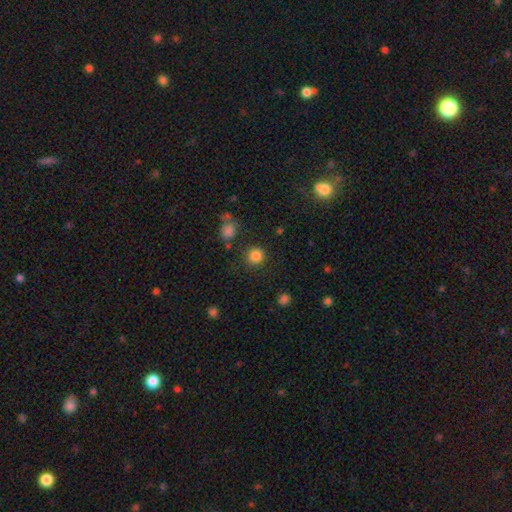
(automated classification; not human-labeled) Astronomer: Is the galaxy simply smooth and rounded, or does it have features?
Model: smooth — 83%.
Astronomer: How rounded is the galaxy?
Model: round — 92%.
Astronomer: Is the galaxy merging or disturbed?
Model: none — 87%.